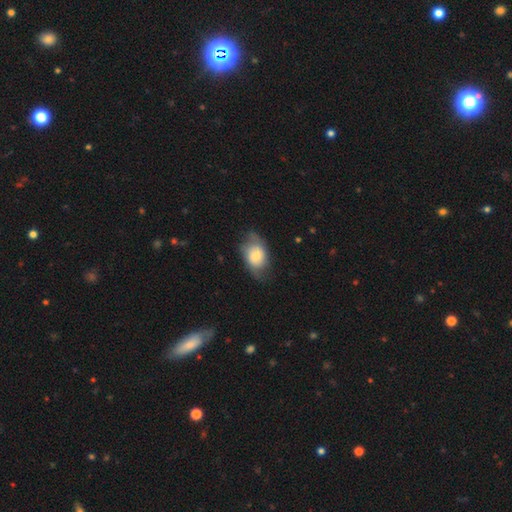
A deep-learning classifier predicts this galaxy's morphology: A smooth galaxy with no disk features (63%) that is in between round and cigar-shaped (78%). Merging: none (57%).